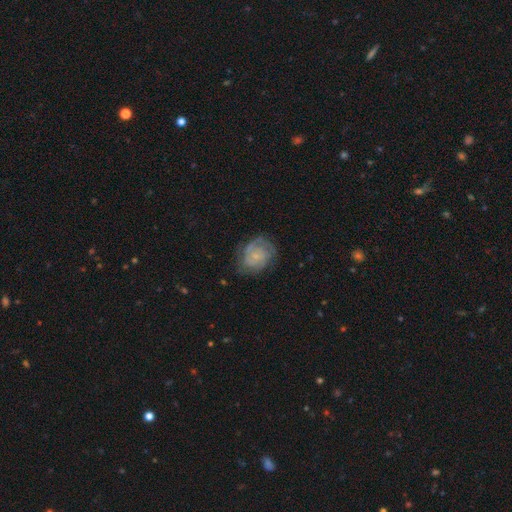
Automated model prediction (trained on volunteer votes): Smooth or featured?
  - featured or disk: 75% *
  - smooth: 18%
  - star or artifact: 7%
Edge-on disk?
  - no: 98% *
  - yes: 2%
Bar?
  - no: 75% *
  - weak: 22%
  - strong: 3%
Spiral arms?
  - yes: 93% *
  - no: 7%
Spiral winding?
  - tight: 62% *
  - medium: 30%
  - loose: 8%
Spiral arm count?
  - 2: 37% *
  - can't tell: 29%
  - 3: 18%
  - 1: 6%
  - 4: 5%
  - more than 4: 4%
Bulge size?
  - small: 75% *
  - moderate: 13%
  - none: 9%
  - large: 1%
  - dominant: 1%
Merging?
  - none: 67% *
  - minor disturbance: 21%
  - major disturbance: 11%
  - merger: 1%